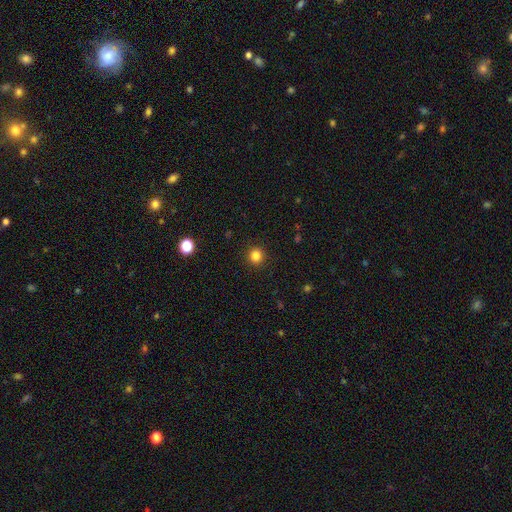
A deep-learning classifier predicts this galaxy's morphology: Smooth or featured?
  - smooth: 83% *
  - star or artifact: 13%
  - featured or disk: 4%
How rounded?
  - round: 93% *
  - in between: 6%
  - cigar-shaped: 1%
Merging?
  - none: 92% *
  - minor disturbance: 5%
  - major disturbance: 2%
  - merger: 1%